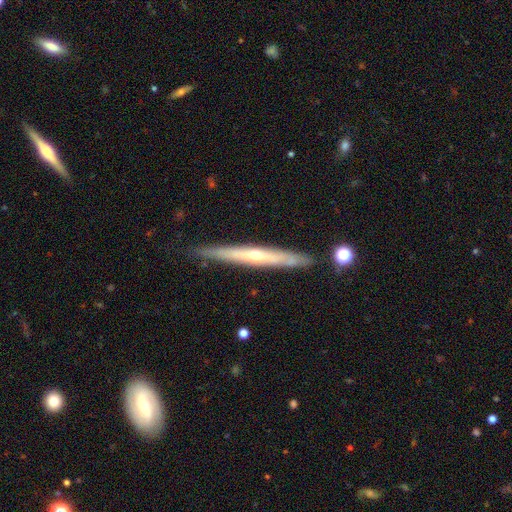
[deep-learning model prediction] featured or disk 67%, smooth 27%, star or artifact 6%. Down the decision tree: edge-on disk — yes (93%); edge-on bulge — rounded (68%); merging — none (84%).